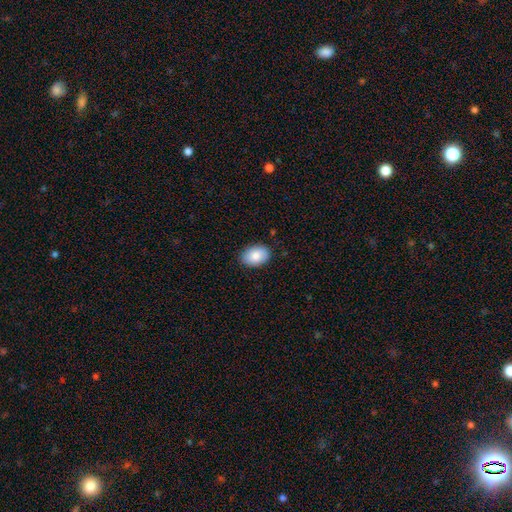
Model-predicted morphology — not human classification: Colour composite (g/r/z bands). It shows a smooth galaxy with no disk features (85%) that is in between round and cigar-shaped (84%). Merging: none (86%).